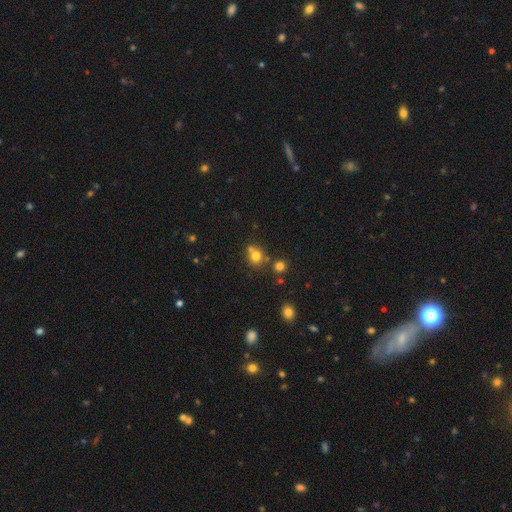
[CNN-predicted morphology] The model was most divided on "merging": none: 56%, merger: 28%, minor disturbance: 12%, major disturbance: 4%. More confident: how rounded — round (76%); smooth or featured — smooth (74%).